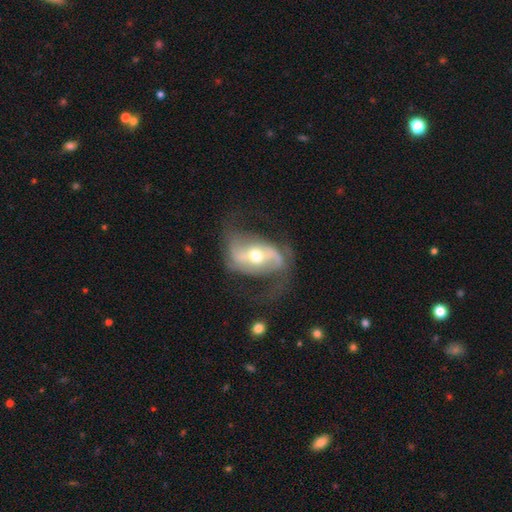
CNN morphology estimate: Smooth or featured? featured or disk (86%)
Edge-on disk? no (95%)
Bar? strong (49%)
Spiral arms? yes (92%)
Spiral winding? loose (54%)
Spiral arm count? 2 (88%)
Bulge size? moderate (60%)
Merging? none (62%)